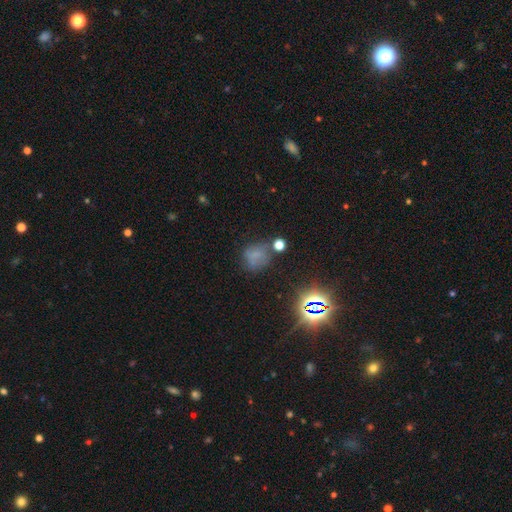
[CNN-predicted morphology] smooth-or-featured: smooth: 57% | star or artifact: 29% | featured or disk: 15%
  how-rounded: round: 66% | in between: 32% | cigar-shaped: 2%
  merging: none: 57% | minor disturbance: 21% | major disturbance: 11% | merger: 11%